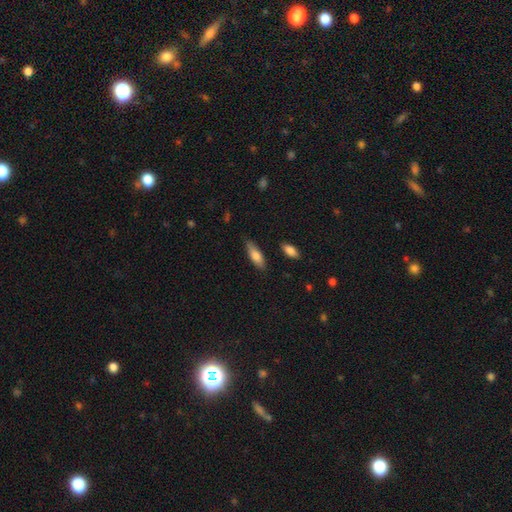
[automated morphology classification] smooth-or-featured: smooth: 78% | featured or disk: 16% | star or artifact: 6%
  how-rounded: in between: 57% | cigar-shaped: 41% | round: 2%
  merging: none: 80% | minor disturbance: 15% | major disturbance: 3% | merger: 2%